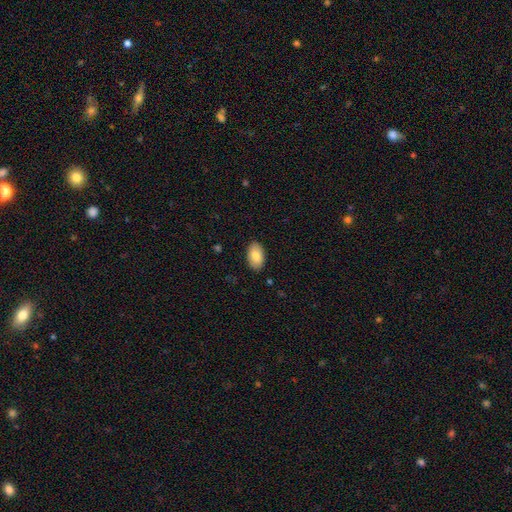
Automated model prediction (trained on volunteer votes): smooth-or-featured: smooth: 83% | featured or disk: 10% | star or artifact: 6%
  how-rounded: in between: 94% | round: 5% | cigar-shaped: 1%
  merging: none: 88% | minor disturbance: 9% | major disturbance: 2% | merger: 1%